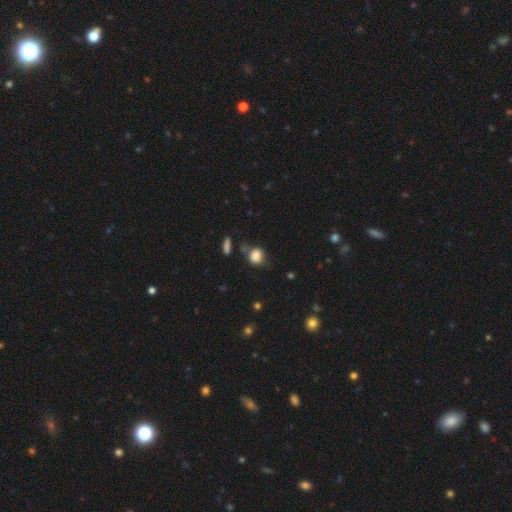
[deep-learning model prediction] The model was most divided on "merging": none: 62%, minor disturbance: 21%, merger: 10%, major disturbance: 7%. More confident: smooth or featured — smooth (83%); how rounded — round (72%).